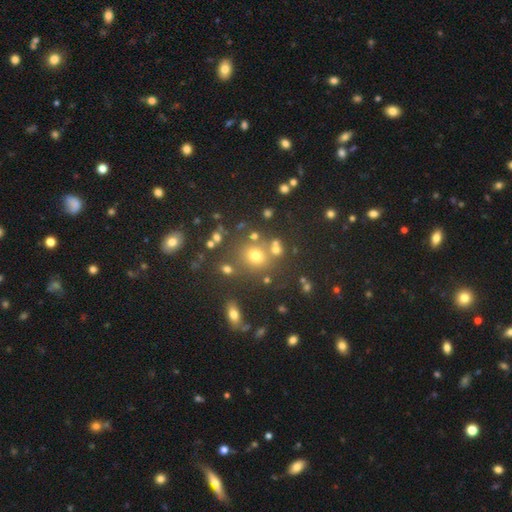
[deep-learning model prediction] smooth-or-featured: smooth: 63% | star or artifact: 25% | featured or disk: 12%
  how-rounded: round: 76% | in between: 23% | cigar-shaped: 1%
  merging: none: 69% | merger: 15% | minor disturbance: 11% | major disturbance: 5%